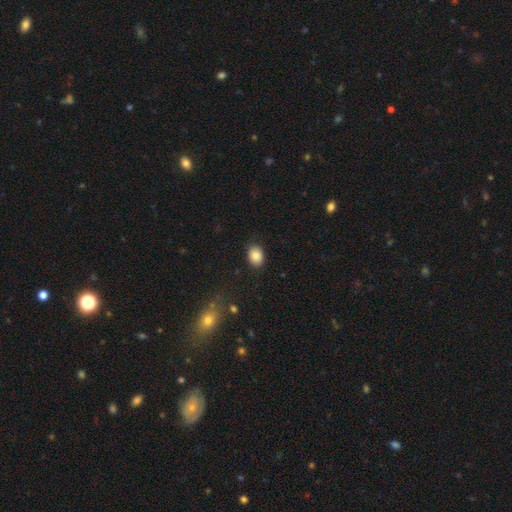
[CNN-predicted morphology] Smooth or featured?
  - smooth: 85% *
  - star or artifact: 8%
  - featured or disk: 6%
How rounded?
  - in between: 70% *
  - round: 29%
  - cigar-shaped: 1%
Merging?
  - none: 86% *
  - minor disturbance: 10%
  - major disturbance: 3%
  - merger: 1%